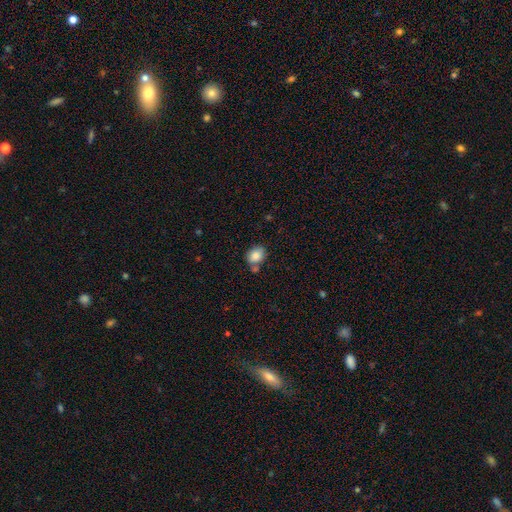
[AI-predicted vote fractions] smooth_or_featured: smooth (p=0.85) [alt: star or artifact p=0.08]
how_rounded: in between (p=0.59) [alt: round p=0.40]
merging: none (p=0.64) [alt: merger p=0.16]